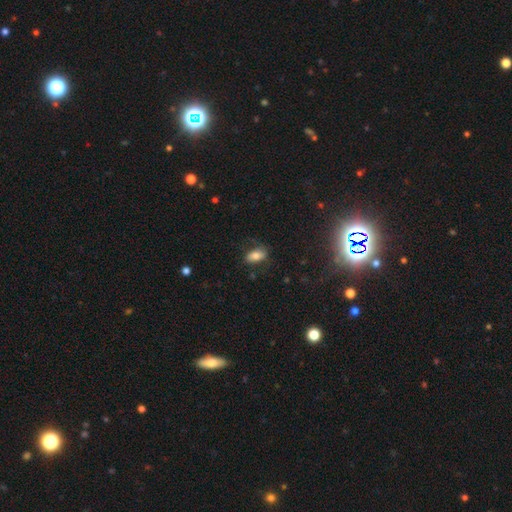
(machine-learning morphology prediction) A smooth galaxy with no disk features (74%) that is in between round and cigar-shaped (90%). Merging: none (69%).